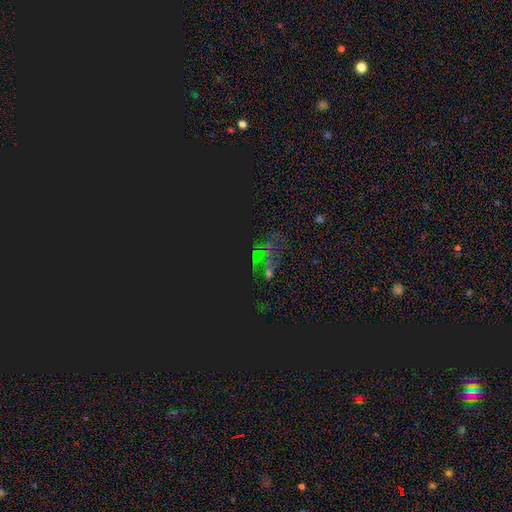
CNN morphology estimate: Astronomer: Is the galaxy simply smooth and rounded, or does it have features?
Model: star or artifact — 75%.